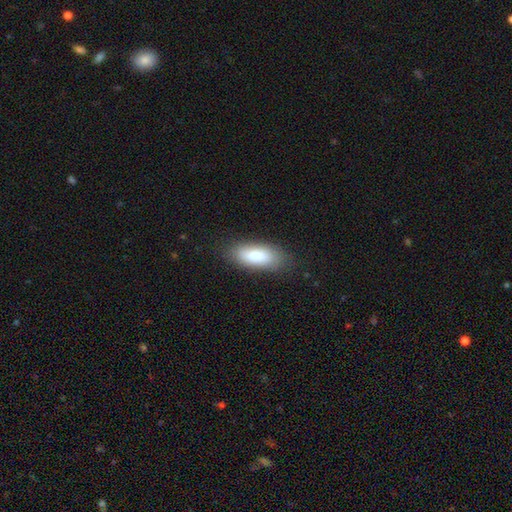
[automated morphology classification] The model was most divided on "smooth or featured": smooth: 80%, featured or disk: 14%, star or artifact: 7%. More confident: merging — none (82%); how rounded — in between (82%).